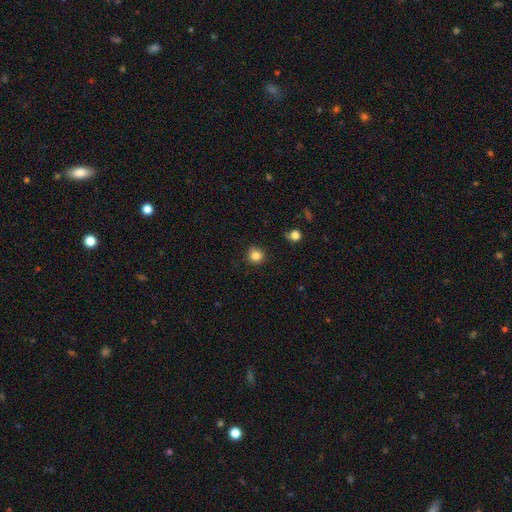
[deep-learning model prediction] Morphology: type=smooth (84%); roundness=round (91%); merging=none (86%).